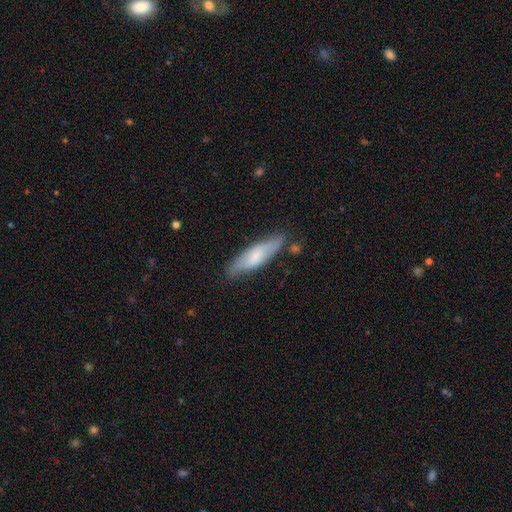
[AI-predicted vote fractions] Smooth or featured?
  - smooth: 61% *
  - featured or disk: 32%
  - star or artifact: 6%
How rounded?
  - cigar-shaped: 64% *
  - in between: 34%
  - round: 2%
Merging?
  - none: 77% *
  - minor disturbance: 17%
  - major disturbance: 3%
  - merger: 3%